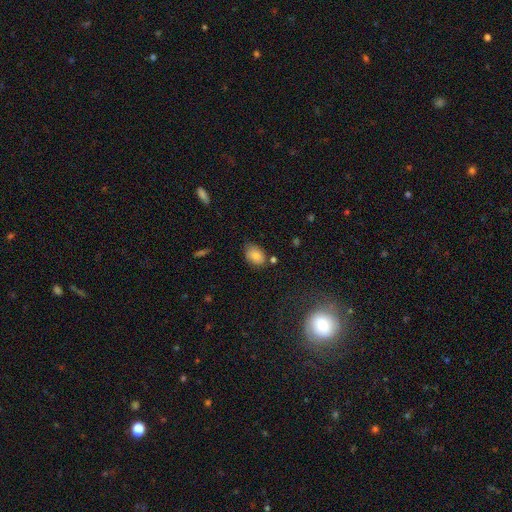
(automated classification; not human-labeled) smooth-or-featured: smooth: 81% | star or artifact: 10% | featured or disk: 9%
  how-rounded: in between: 82% | round: 16% | cigar-shaped: 1%
  merging: none: 73% | minor disturbance: 19% | merger: 5% | major disturbance: 4%